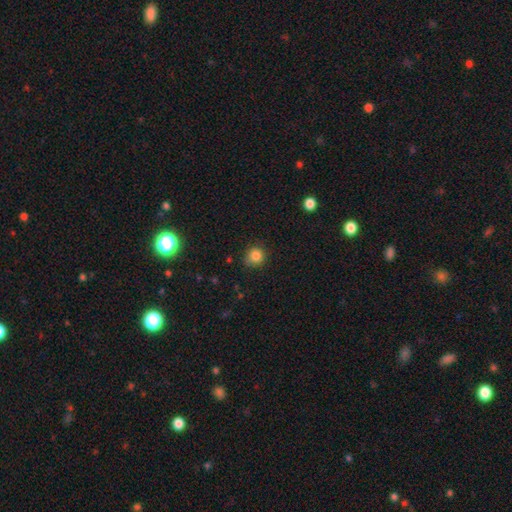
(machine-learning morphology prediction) This appears to be a smooth galaxy with no disk features (84%) that is round (85%). Merging: none (74%).